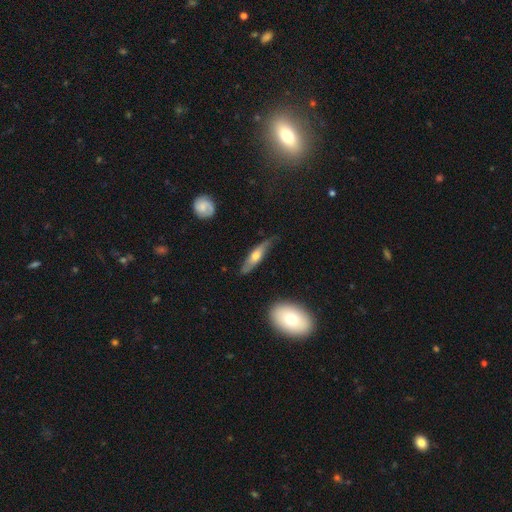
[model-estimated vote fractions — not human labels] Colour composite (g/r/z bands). It shows a featured or disk galaxy (49%). Merging: none (69%).